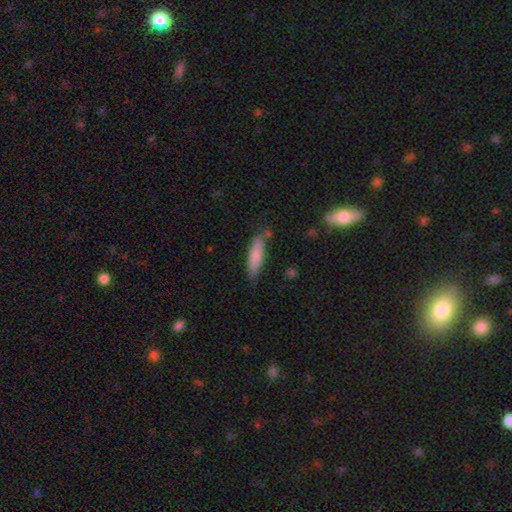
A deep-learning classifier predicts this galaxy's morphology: The model was most divided on "how rounded": cigar-shaped: 67%, in between: 32%, round: 2%. More confident: smooth or featured — smooth (81%); merging — none (74%).